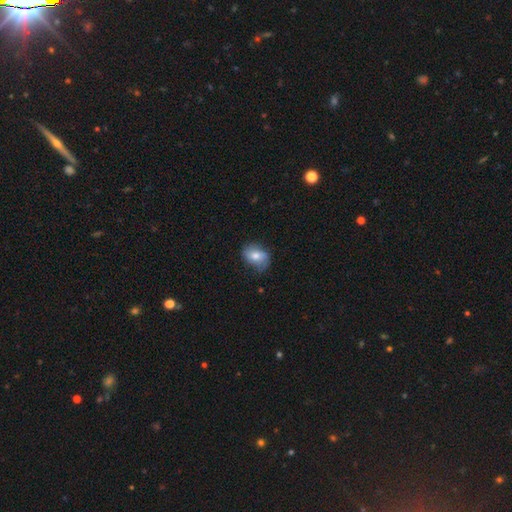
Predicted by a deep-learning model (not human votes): Smooth or featured? smooth (62%)
How rounded? in between (71%)
Merging? none (67%)